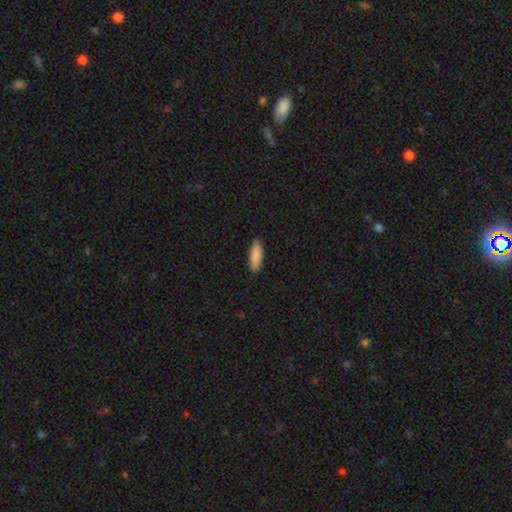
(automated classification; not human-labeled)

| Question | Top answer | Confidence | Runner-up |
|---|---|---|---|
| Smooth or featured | smooth | 88% | featured or disk (6%) |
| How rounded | cigar-shaped | 50% | in between (48%) |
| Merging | none | 90% | minor disturbance (7%) |